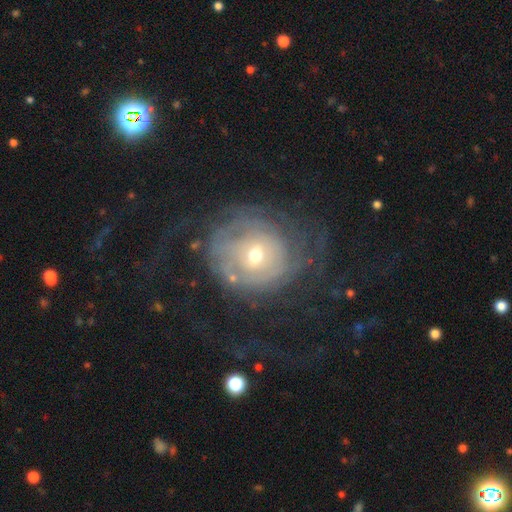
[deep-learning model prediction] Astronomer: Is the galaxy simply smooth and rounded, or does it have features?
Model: featured or disk — 71%.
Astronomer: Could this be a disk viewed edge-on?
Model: no — 97%.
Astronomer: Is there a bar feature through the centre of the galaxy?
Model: no — 76%.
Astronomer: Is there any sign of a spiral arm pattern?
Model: yes — 71%.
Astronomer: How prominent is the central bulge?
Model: moderate — 51% (runner-up: small, 43%).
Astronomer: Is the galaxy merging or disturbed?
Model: none — 51% (runner-up: major disturbance, 30%).